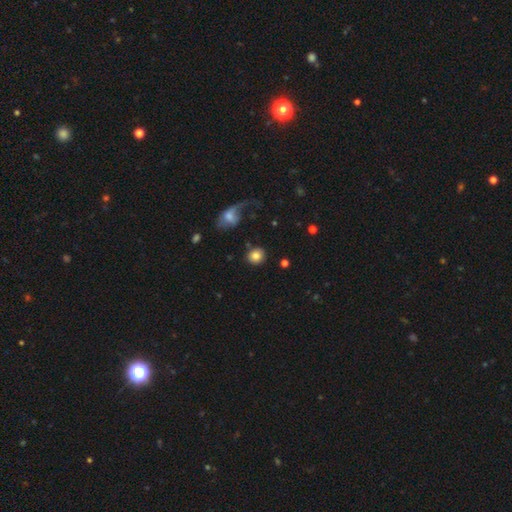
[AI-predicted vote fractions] Morphology: type=smooth (80%); roundness=round (88%); merging=none (83%).